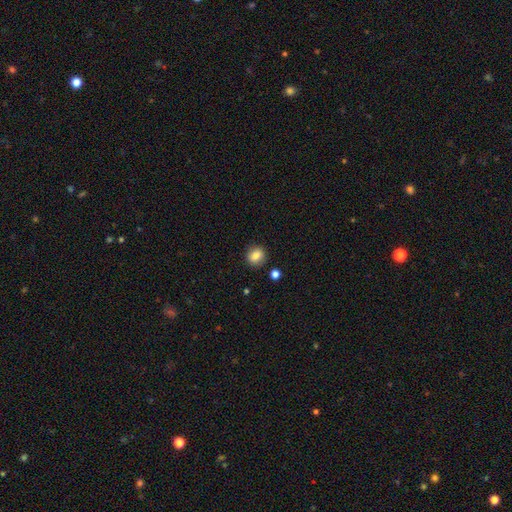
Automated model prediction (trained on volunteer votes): smooth-or-featured: smooth: 83% | star or artifact: 10% | featured or disk: 7%
  how-rounded: round: 73% | in between: 26% | cigar-shaped: 1%
  merging: none: 87% | minor disturbance: 8% | merger: 3% | major disturbance: 2%